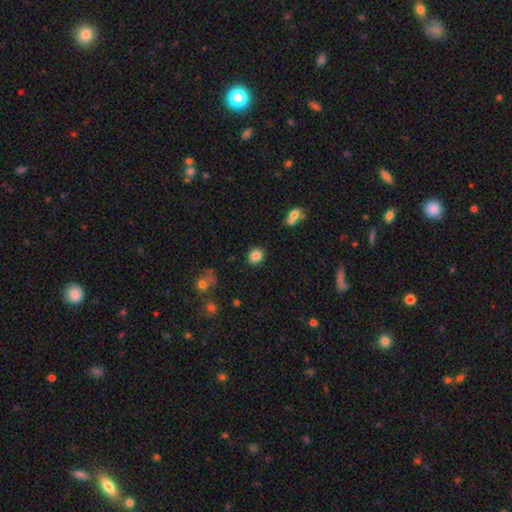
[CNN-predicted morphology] Overall: smooth (85%). How rounded: round (78%). Merging: none (88%).